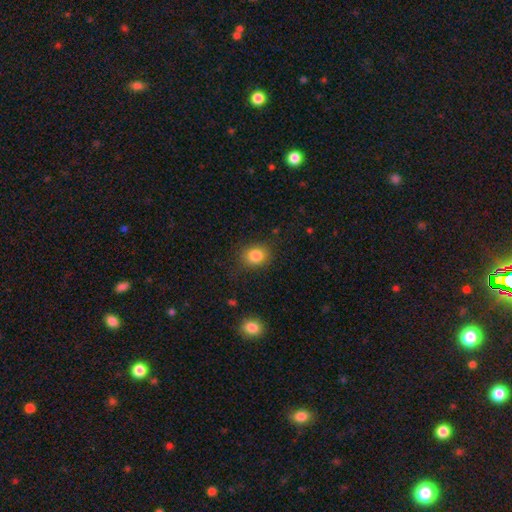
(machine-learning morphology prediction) This is clearly a smooth galaxy (84%). How rounded: possibly round (57%). Merging: clearly none (81%).